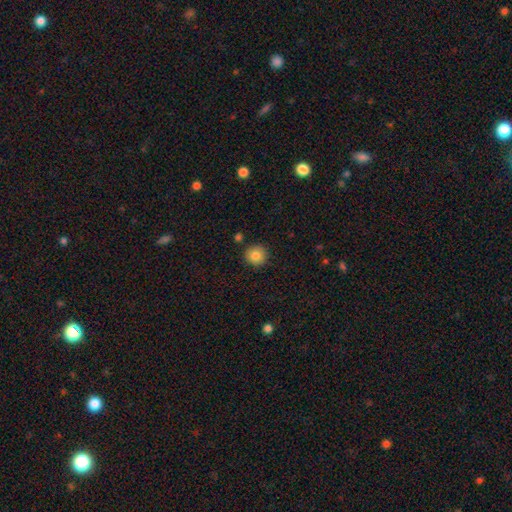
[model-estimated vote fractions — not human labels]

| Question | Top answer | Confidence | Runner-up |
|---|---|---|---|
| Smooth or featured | smooth | 82% | star or artifact (9%) |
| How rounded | round | 93% | in between (6%) |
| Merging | none | 89% | minor disturbance (7%) |